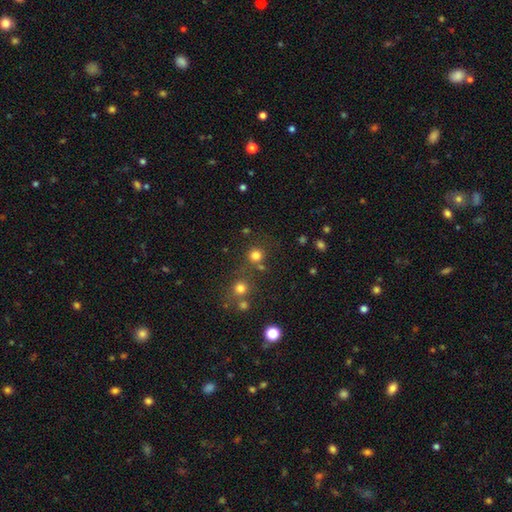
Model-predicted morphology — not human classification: A smooth galaxy with no disk features (76%) that is round (93%). Merging: none (73%).